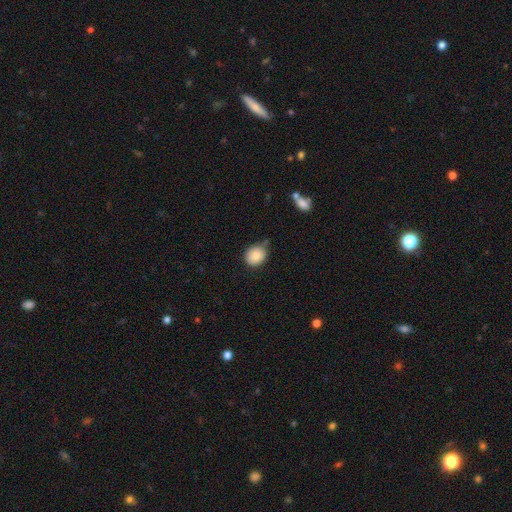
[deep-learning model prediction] Smooth or featured?
  - smooth: 85% *
  - star or artifact: 9%
  - featured or disk: 6%
How rounded?
  - round: 74% *
  - in between: 25%
  - cigar-shaped: 1%
Merging?
  - none: 67% *
  - minor disturbance: 23%
  - merger: 6%
  - major disturbance: 4%